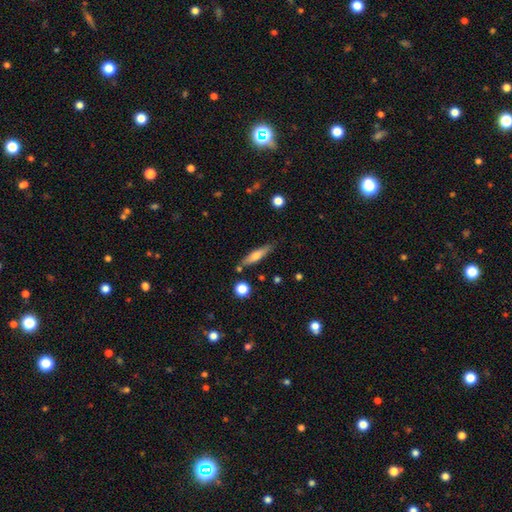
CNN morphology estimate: type=smooth (54%); roundness=cigar-shaped (78%); merging=none (78%).